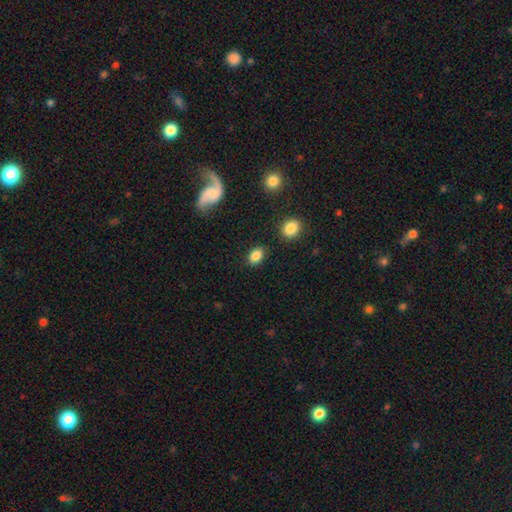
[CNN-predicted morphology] Smooth or featured? Predicted: smooth (p=0.84). How rounded? Predicted: in between (p=0.74). Merging? Predicted: none (p=0.84).